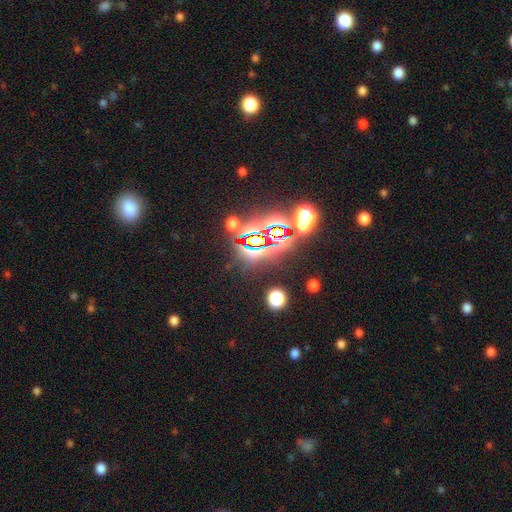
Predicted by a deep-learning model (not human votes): The model was most divided on "smooth or featured": star or artifact: 80%, smooth: 11%, featured or disk: 9%.